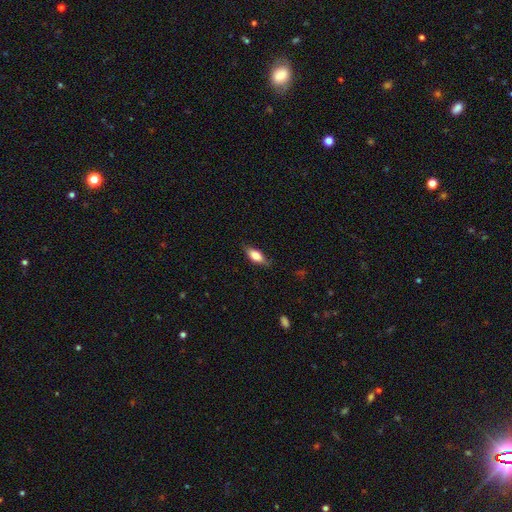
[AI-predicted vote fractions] Smooth or featured? smooth (74%)
How rounded? in between (80%)
Merging? none (77%)